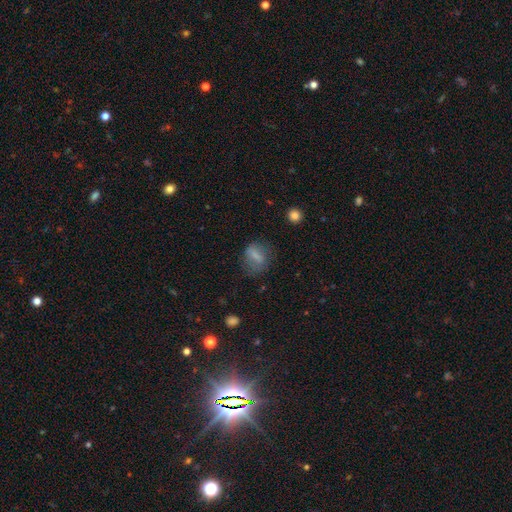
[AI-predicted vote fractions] Smooth or featured: smooth — 67% (featured or disk — 22%)
How rounded: in between — 56% (round — 36%)
Merging: none — 64% (minor disturbance — 20%)